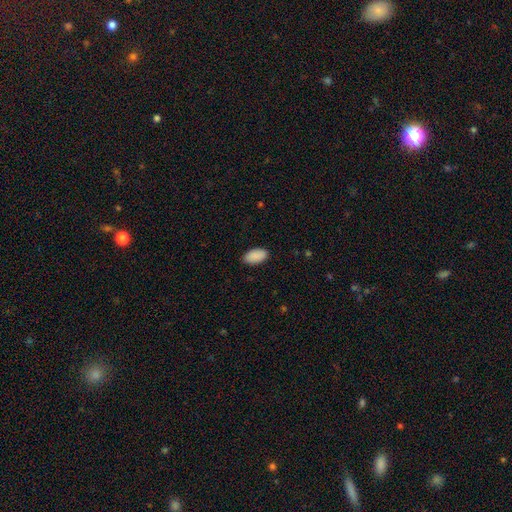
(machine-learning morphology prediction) This is clearly a smooth galaxy (91%). How rounded: clearly in between (96%). Merging: clearly none (88%).